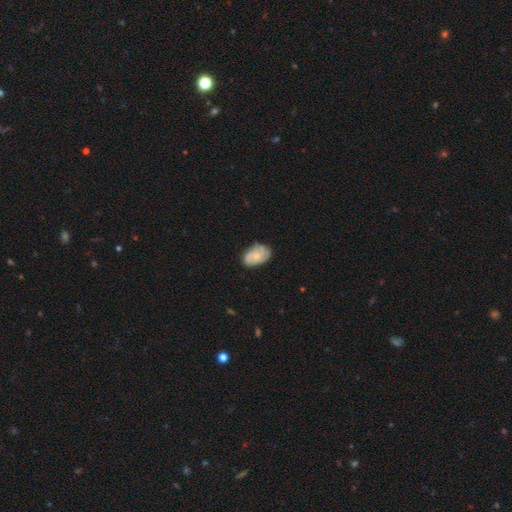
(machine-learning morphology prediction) smooth 50%, featured or disk 43%, star or artifact 7%. Down the decision tree: how rounded — in between (88%); merging — none (69%).